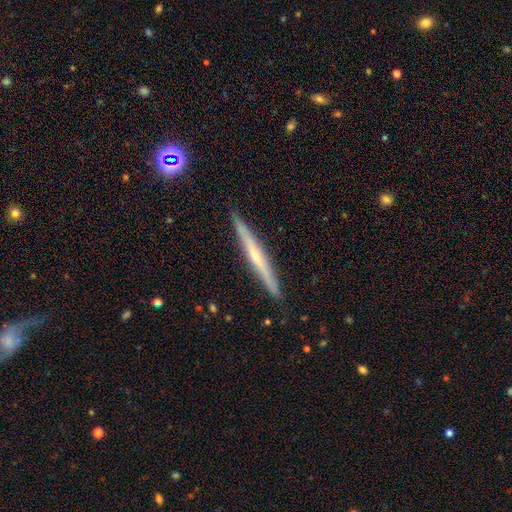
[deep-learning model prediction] This is likely a featured or disk galaxy (64%). It is clearly viewed edge-on (97%). Edge-on bulge: possibly rounded (50%). Merging: clearly none (90%).